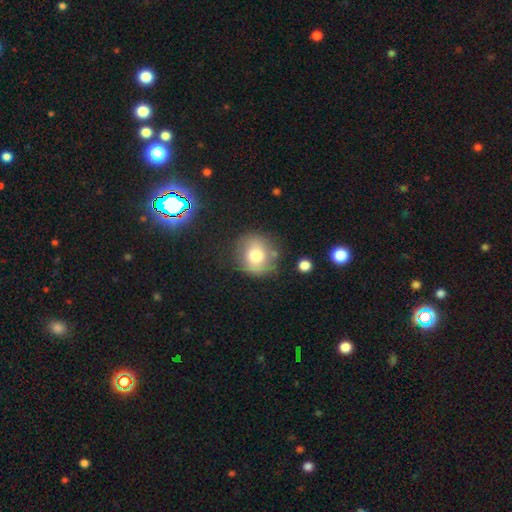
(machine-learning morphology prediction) Smooth or featured?
  - smooth: 70% *
  - featured or disk: 20%
  - star or artifact: 9%
How rounded?
  - round: 80% *
  - in between: 19%
  - cigar-shaped: 1%
Merging?
  - none: 72% *
  - minor disturbance: 18%
  - major disturbance: 7%
  - merger: 4%